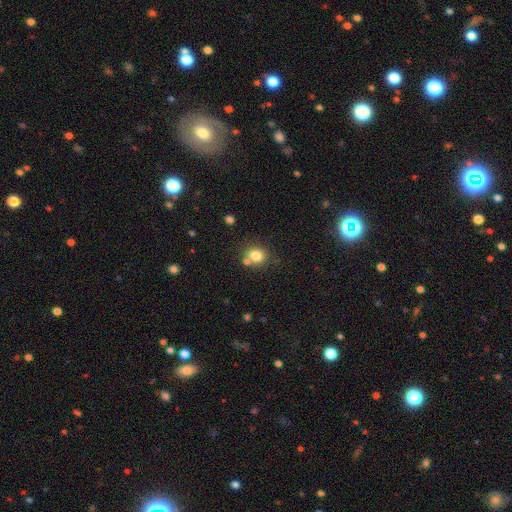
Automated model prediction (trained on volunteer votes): A smooth galaxy with no disk features (80%) that is round (80%). Merging: none (68%).